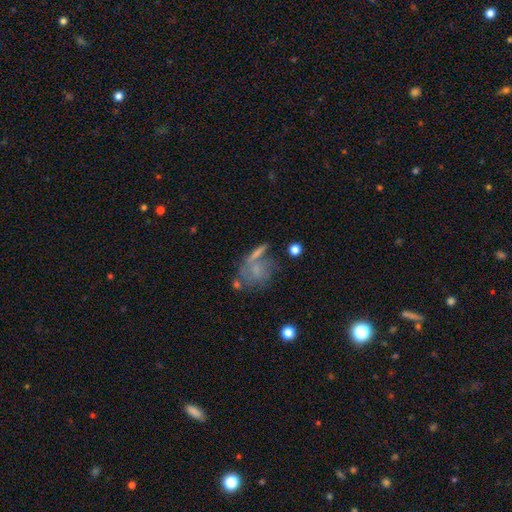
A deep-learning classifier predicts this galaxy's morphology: Smooth or featured: smooth — 50% (featured or disk — 39%)
Merging: none — 43% (merger — 20%)